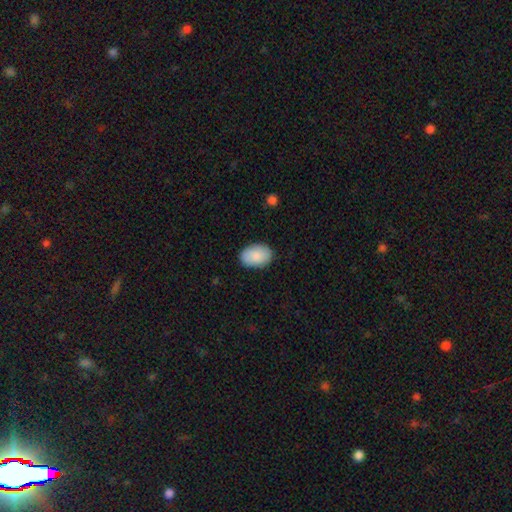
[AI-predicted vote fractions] smooth_or_featured: smooth (p=0.89) [alt: star or artifact p=0.06]
how_rounded: in between (p=0.89) [alt: round p=0.10]
merging: none (p=0.87) [alt: minor disturbance p=0.10]